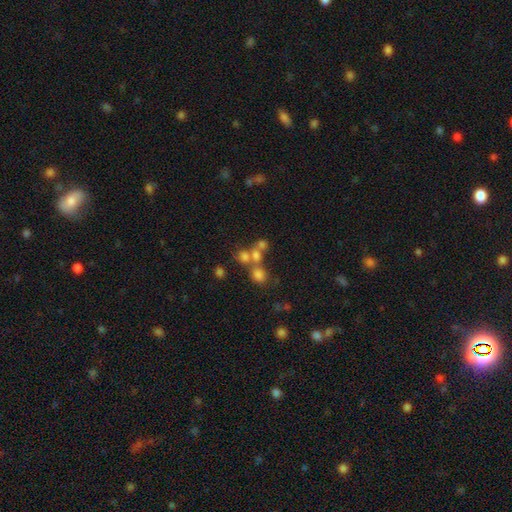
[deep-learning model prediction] A smooth galaxy with no disk features (62%) that is round (69%). Merging: merger (47%).